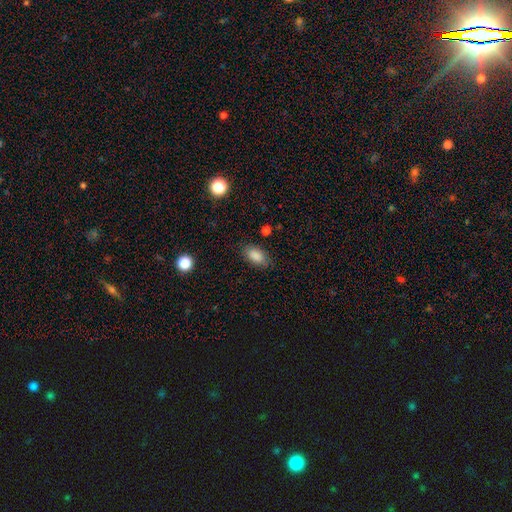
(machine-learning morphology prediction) This appears to be a smooth galaxy with no disk features (87%) that is in between round and cigar-shaped (91%). Merging: none (83%).